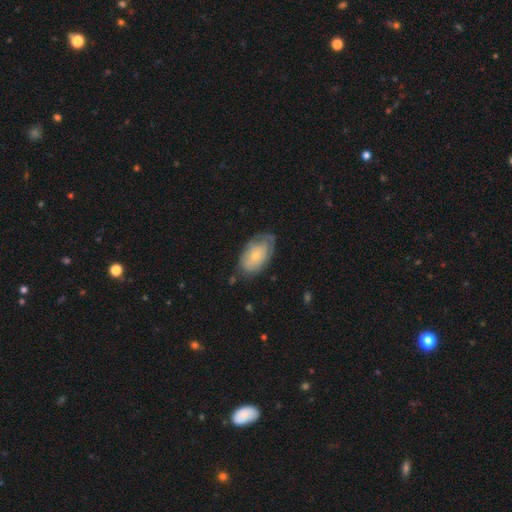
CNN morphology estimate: A smooth galaxy with no disk features (54%) that is in between round and cigar-shaped (92%). Merging: none (58%).